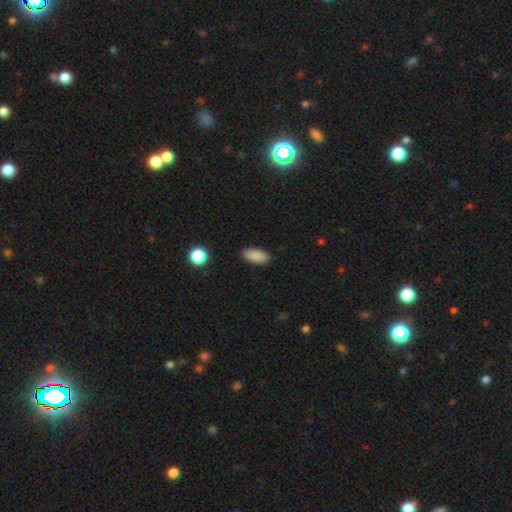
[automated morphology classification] Smooth or featured? Predicted: smooth (p=0.88). How rounded? Predicted: in between (p=0.89). Merging? Predicted: none (p=0.88).